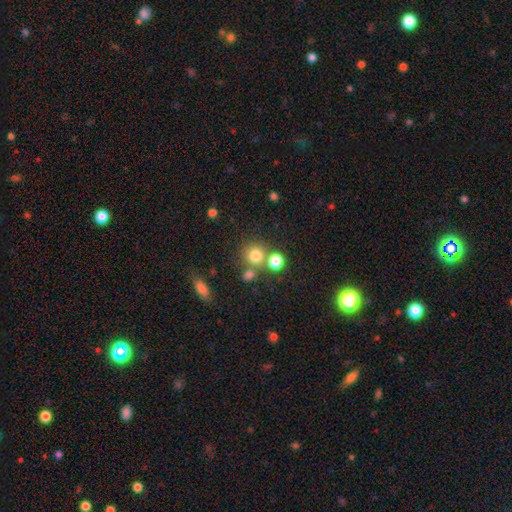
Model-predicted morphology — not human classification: Smooth or featured? Predicted: smooth (p=0.77). How rounded? Predicted: round (p=0.88). Merging? Predicted: none (p=0.64).